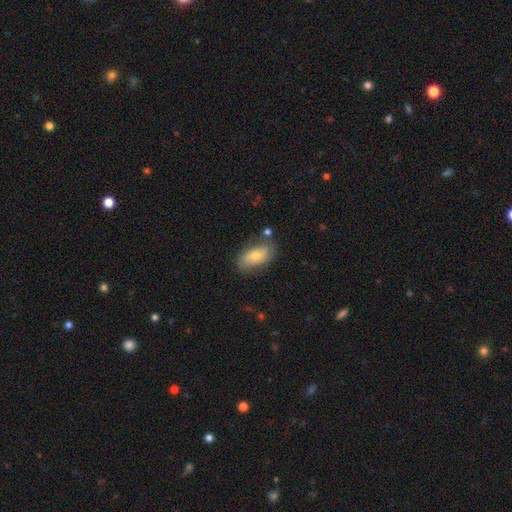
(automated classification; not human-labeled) Smooth or featured?
  - smooth: 56% *
  - featured or disk: 36%
  - star or artifact: 8%
How rounded?
  - in between: 89% *
  - round: 6%
  - cigar-shaped: 5%
Merging?
  - none: 72% *
  - minor disturbance: 19%
  - major disturbance: 5%
  - merger: 5%